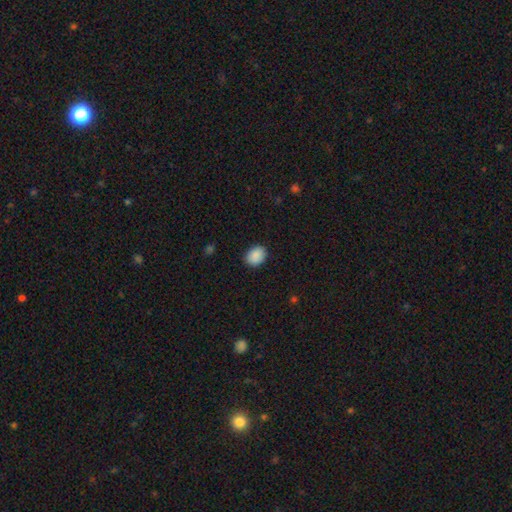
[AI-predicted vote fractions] Q: Smooth or featured?
A: smooth (90%); runner-up: star or artifact (7%)
Q: How rounded?
A: in between (63%); runner-up: round (36%)
Q: Merging?
A: none (86%); runner-up: minor disturbance (10%)